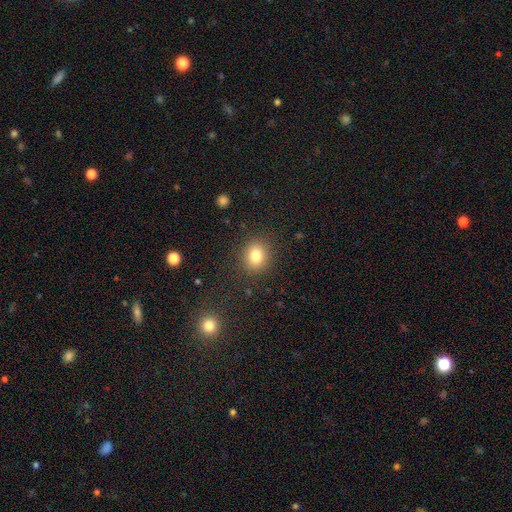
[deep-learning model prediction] Smooth or featured? smooth (80%)
How rounded? round (73%)
Merging? none (87%)